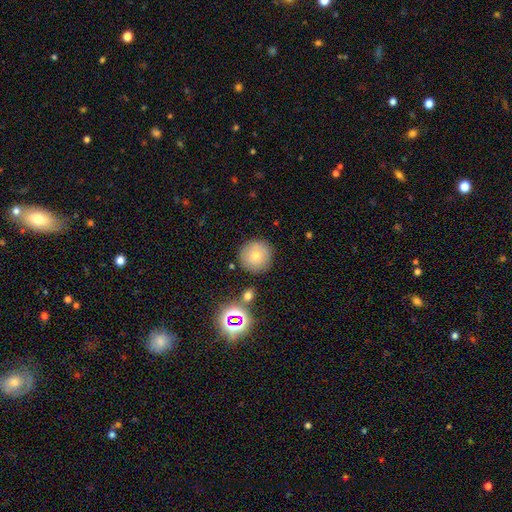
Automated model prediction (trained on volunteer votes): A smooth galaxy with no disk features (75%) that is round (95%). Merging: none (84%).